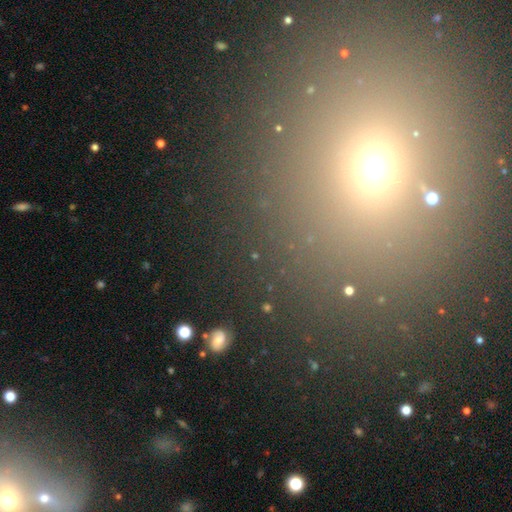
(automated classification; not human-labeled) This is possibly a star or artifact rather than a galaxy (54%).